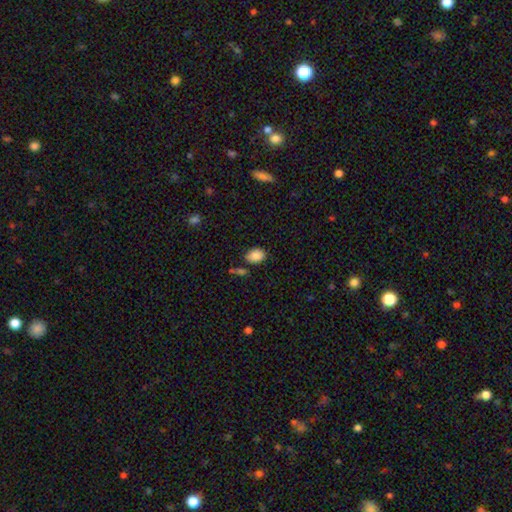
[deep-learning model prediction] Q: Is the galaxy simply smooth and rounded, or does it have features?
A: smooth — 87%.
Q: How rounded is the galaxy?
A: in between — 75%.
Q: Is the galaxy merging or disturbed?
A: none — 75%.